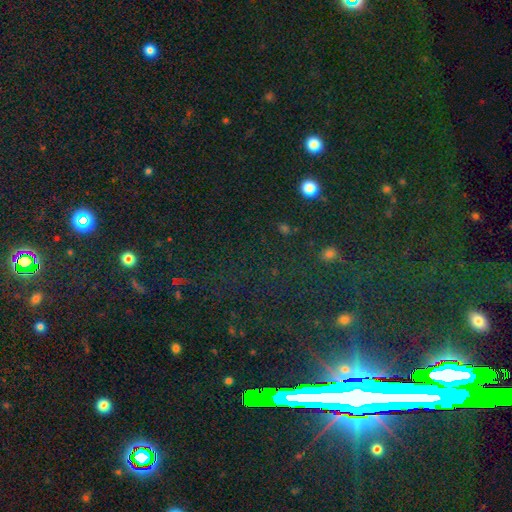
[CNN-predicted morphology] smooth_or_featured: star or artifact (p=0.79) [alt: smooth p=0.12]